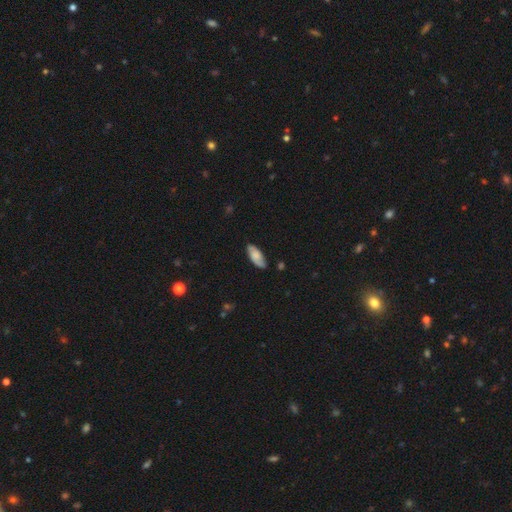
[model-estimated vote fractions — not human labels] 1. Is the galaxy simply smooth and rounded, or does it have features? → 54% smooth, 39% featured or disk, 7% star or artifact.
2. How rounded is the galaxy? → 83% in between, 15% cigar-shaped, 2% round.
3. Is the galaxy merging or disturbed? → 80% none, 16% minor disturbance, 3% major disturbance, 1% merger.